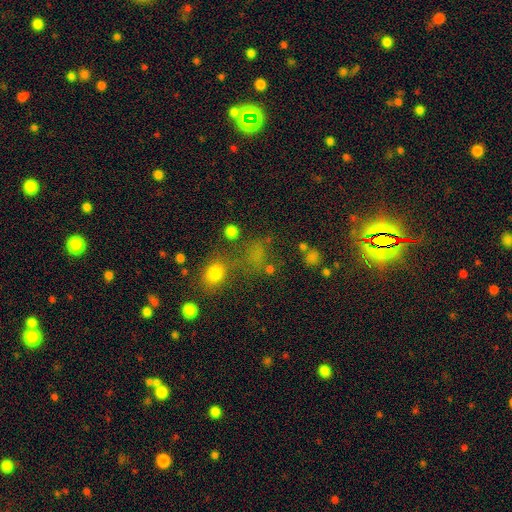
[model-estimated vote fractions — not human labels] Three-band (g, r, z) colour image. It shows a smooth galaxy with no disk features (58%) that is round (65%). Merging: none (56%).